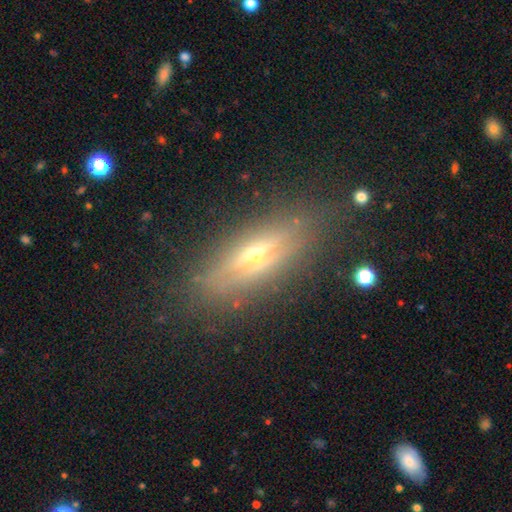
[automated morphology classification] Smooth or featured?
  - featured or disk: 67% *
  - smooth: 24%
  - star or artifact: 9%
Edge-on disk?
  - yes: 88% *
  - no: 12%
Edge-on bulge?
  - rounded: 89% *
  - none: 8%
  - boxy: 4%
Merging?
  - none: 82% *
  - minor disturbance: 12%
  - major disturbance: 4%
  - merger: 2%